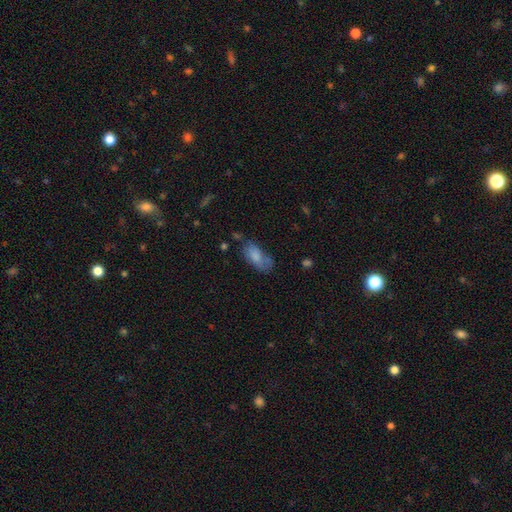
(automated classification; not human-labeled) Morphology: type=smooth (78%); roundness=in between (90%); merging=none (48%).